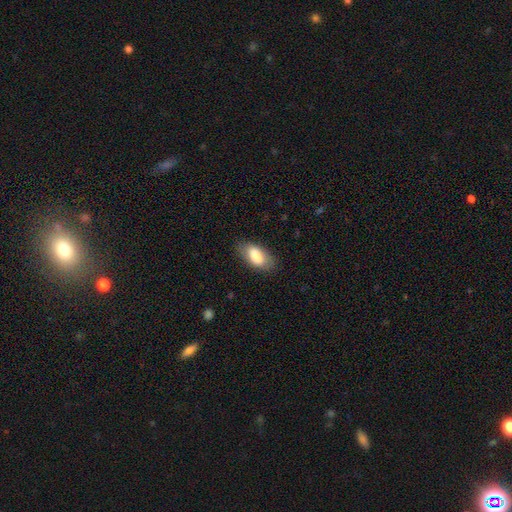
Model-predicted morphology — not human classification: Smooth or featured: smooth — 79% (featured or disk — 14%)
How rounded: in between — 92% (cigar-shaped — 5%)
Merging: none — 82% (minor disturbance — 14%)